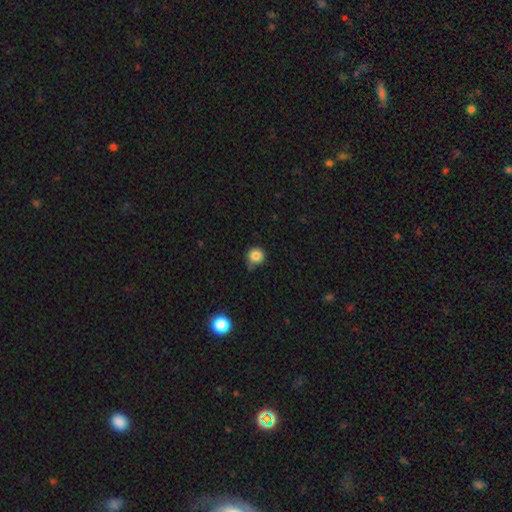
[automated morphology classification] Overall: smooth (83%). How rounded: round (92%). Merging: none (67%).